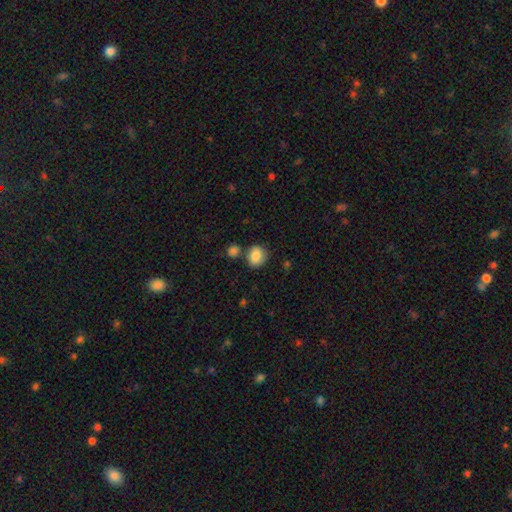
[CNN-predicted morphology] Smooth or featured? Predicted: smooth (p=0.85). How rounded? Predicted: round (p=0.71). Merging? Predicted: none (p=0.68).